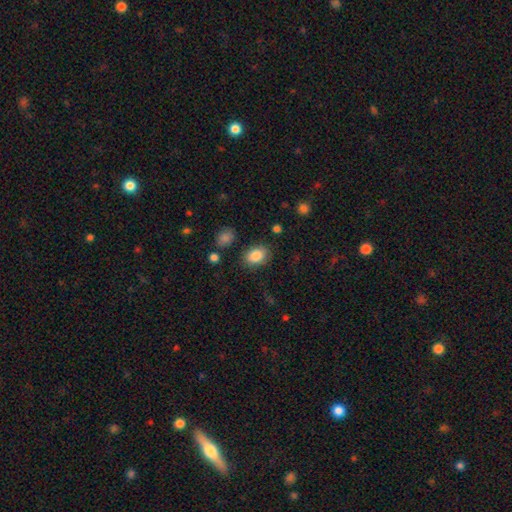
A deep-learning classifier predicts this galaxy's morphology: A smooth galaxy with no disk features (86%) that is in between round and cigar-shaped (78%).

Vote fractions:
- Smooth or featured? smooth: 86% / star or artifact: 8% / featured or disk: 6%
- How rounded? in between: 78% / round: 21% / cigar-shaped: 1%
- Merging? none: 81% / minor disturbance: 12% / major disturbance: 4% / merger: 2%